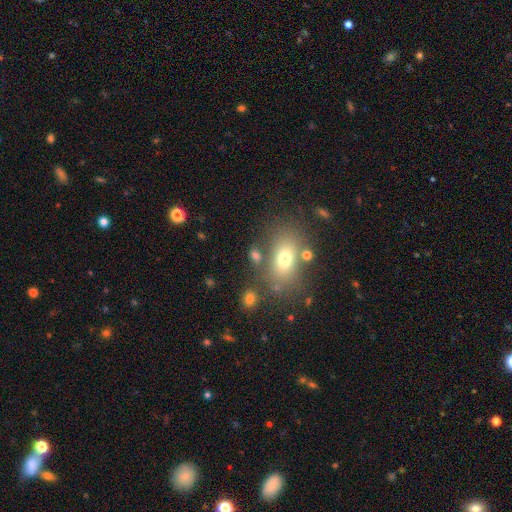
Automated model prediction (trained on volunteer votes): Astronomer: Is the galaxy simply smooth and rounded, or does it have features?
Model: smooth — 71%.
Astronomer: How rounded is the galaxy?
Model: in between — 77%.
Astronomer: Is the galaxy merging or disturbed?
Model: none — 67%.